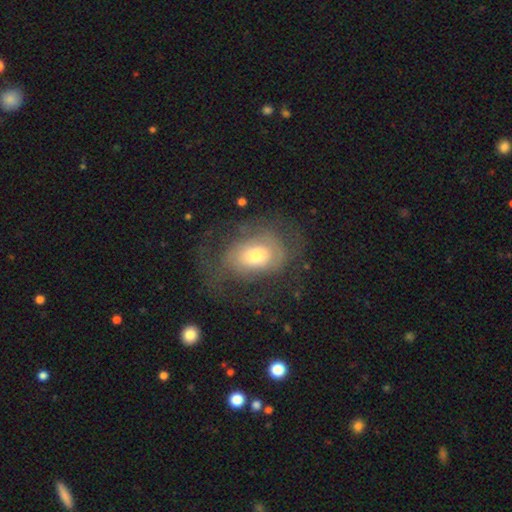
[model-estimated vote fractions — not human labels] This is possibly a featured or disk galaxy (55%). It is clearly not viewed edge-on (95%). Bar: likely no (76%). Spiral arm pattern: likely yes (63%). Central bulge: likely moderate (63%). Merging: possibly none (52%).